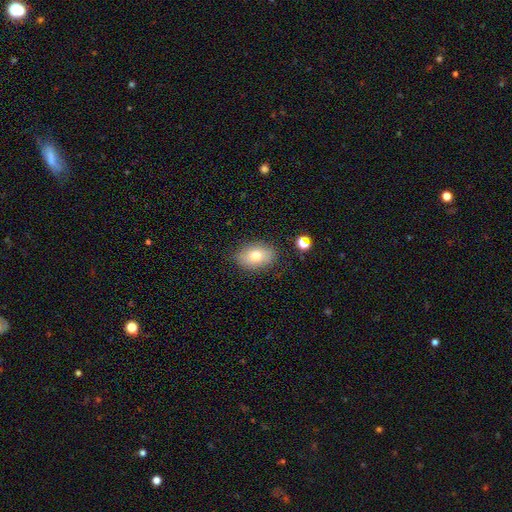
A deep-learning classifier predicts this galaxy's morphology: Smooth or featured?
  - smooth: 75% *
  - featured or disk: 15%
  - star or artifact: 10%
How rounded?
  - in between: 81% *
  - round: 18%
  - cigar-shaped: 1%
Merging?
  - none: 82% *
  - minor disturbance: 13%
  - major disturbance: 3%
  - merger: 2%